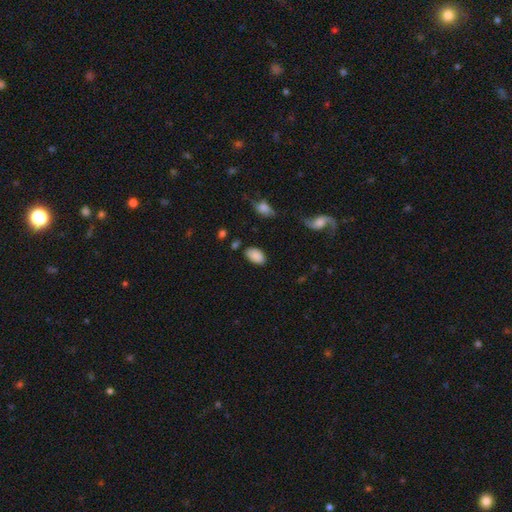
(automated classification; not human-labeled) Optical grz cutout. It shows a smooth galaxy with no disk features (86%) that is in between round and cigar-shaped (92%). Merging: none (80%).